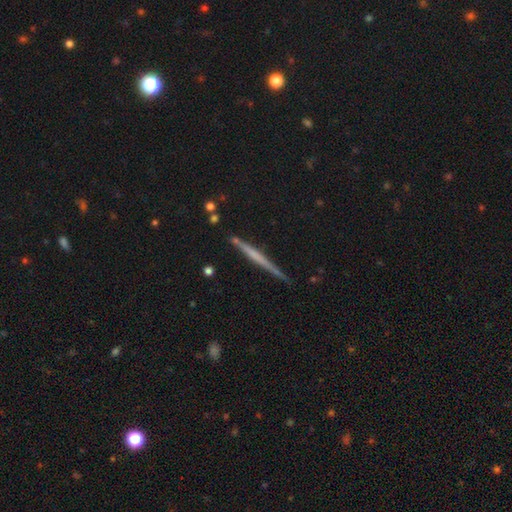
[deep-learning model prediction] Smooth or featured?
  - featured or disk: 60% *
  - smooth: 34%
  - star or artifact: 6%
Edge-on disk?
  - yes: 98% *
  - no: 2%
Edge-on bulge?
  - none: 77% *
  - rounded: 14%
  - boxy: 10%
Merging?
  - none: 86% *
  - minor disturbance: 11%
  - merger: 2%
  - major disturbance: 2%